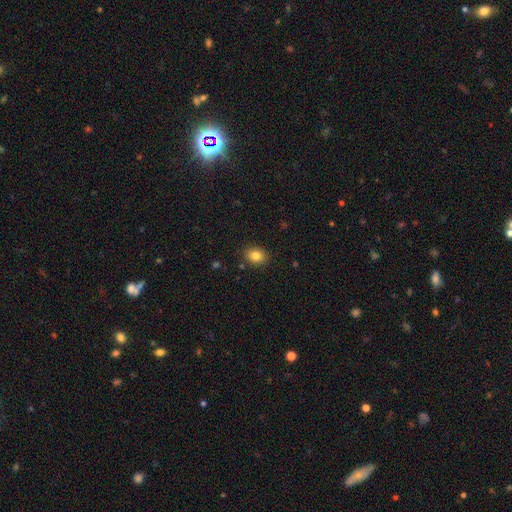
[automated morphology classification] smooth-or-featured: smooth: 84% | star or artifact: 10% | featured or disk: 6%
  how-rounded: in between: 51% | round: 49% | cigar-shaped: 1%
  merging: none: 88% | minor disturbance: 8% | major disturbance: 2% | merger: 1%